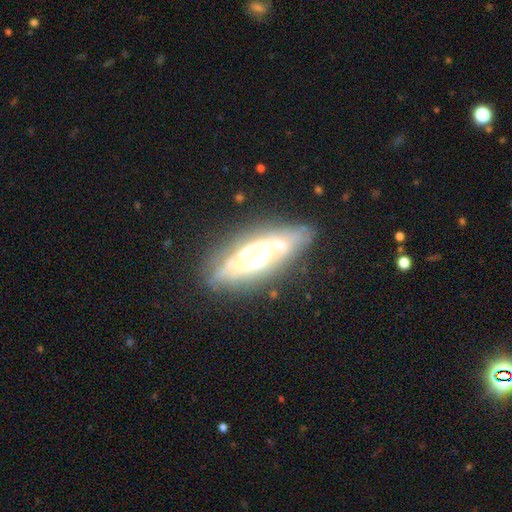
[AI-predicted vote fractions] A featured or disk galaxy (75%) with no bar (66%), spiral arms (78%) and a large central bulge (42%).

Vote fractions:
- Smooth or featured? featured or disk: 75% / smooth: 18% / star or artifact: 8%
- Edge-on disk? no: 74% / yes: 26%
- Bar? no: 66% / weak: 21% / strong: 12%
- Spiral arms? yes: 78% / no: 22%
- Bulge size? large: 42% / moderate: 31% / small: 11% / dominant: 10% / none: 5%
- Merging? none: 71% / minor disturbance: 18% / major disturbance: 8% / merger: 3%